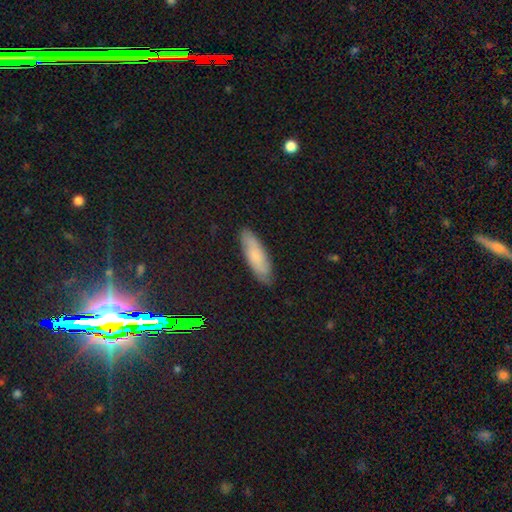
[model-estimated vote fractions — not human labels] Smooth or featured?
  - smooth: 71% *
  - featured or disk: 21%
  - star or artifact: 8%
How rounded?
  - cigar-shaped: 52% *
  - in between: 47%
  - round: 2%
Merging?
  - none: 84% *
  - minor disturbance: 12%
  - major disturbance: 2%
  - merger: 1%